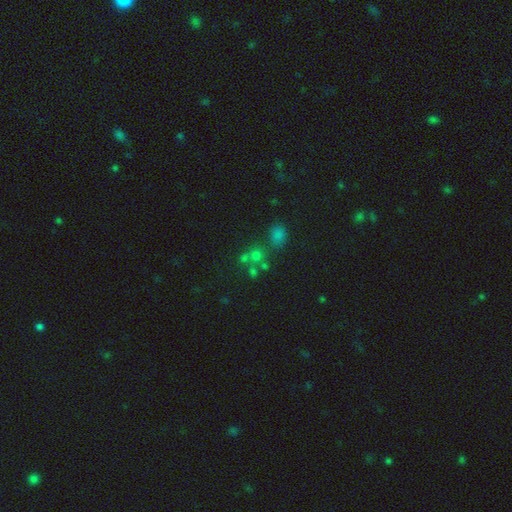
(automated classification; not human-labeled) A smooth galaxy with no disk features (44%).

Vote fractions:
- Smooth or featured? smooth: 44% / star or artifact: 42% / featured or disk: 14%
- Merging? none: 54% / merger: 31% / minor disturbance: 9% / major disturbance: 6%